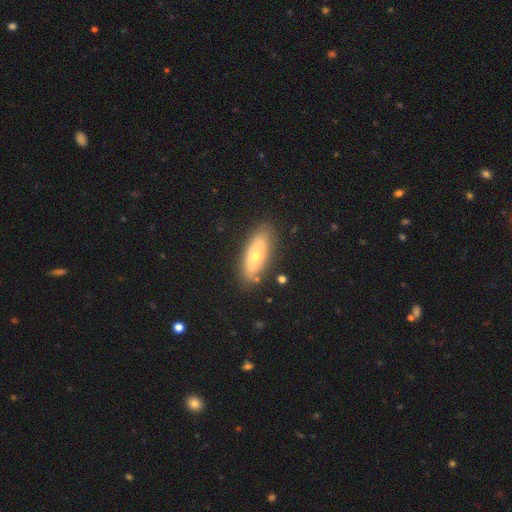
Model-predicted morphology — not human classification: smooth_or_featured: smooth (p=0.61) [alt: featured or disk p=0.33]
how_rounded: in between (p=0.73) [alt: cigar-shaped p=0.25]
merging: none (p=0.82) [alt: minor disturbance p=0.12]